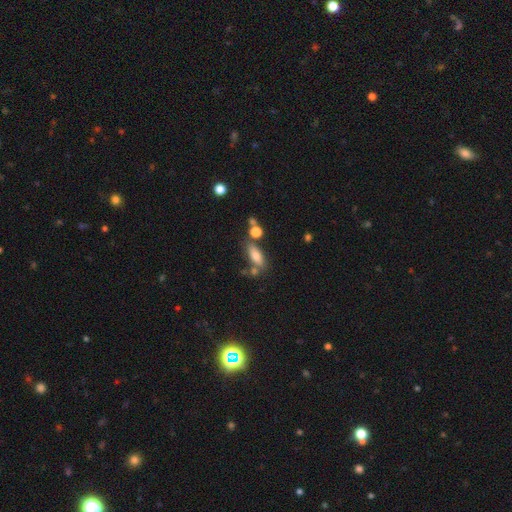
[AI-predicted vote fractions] A smooth galaxy with no disk features (75%) that is in between round and cigar-shaped (72%). Merging: none (61%).